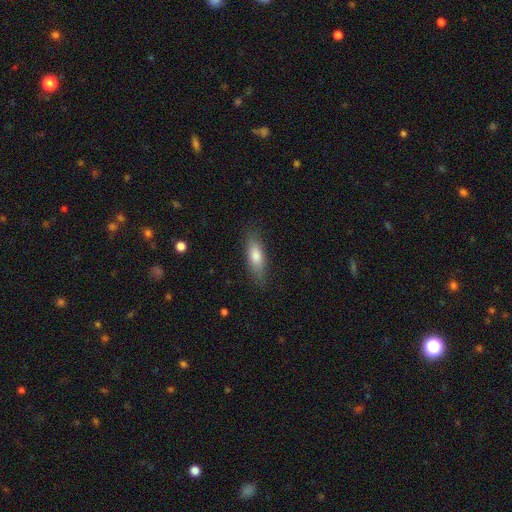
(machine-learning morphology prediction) Smooth or featured?
  - smooth: 73% *
  - featured or disk: 20%
  - star or artifact: 7%
How rounded?
  - in between: 49% *
  - cigar-shaped: 48%
  - round: 2%
Merging?
  - none: 84% *
  - minor disturbance: 12%
  - major disturbance: 3%
  - merger: 1%